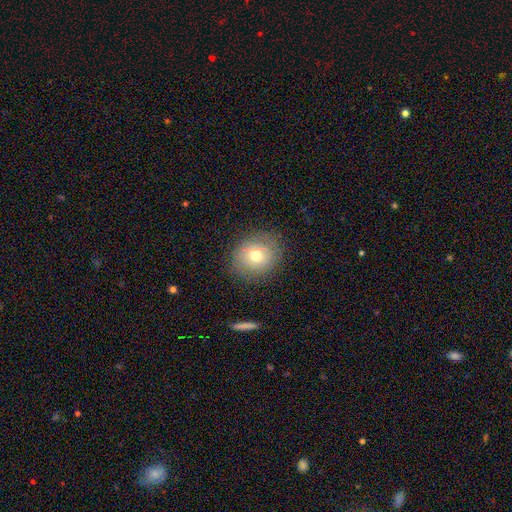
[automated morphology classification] This is likely a smooth galaxy (65%). How rounded: likely round (76%). Merging: clearly none (81%).